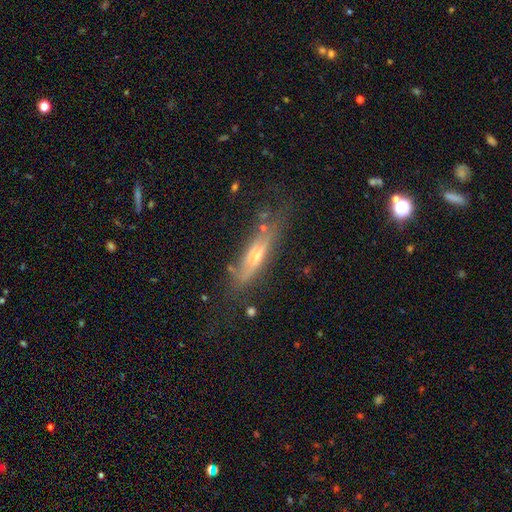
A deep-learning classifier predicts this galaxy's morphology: smooth-or-featured: featured or disk: 63% | smooth: 28% | star or artifact: 9%
  disk-edge-on: yes: 81% | no: 19%
    edge-on-bulge: rounded: 77% | none: 15% | boxy: 8%
  merging: none: 64% | minor disturbance: 22% | major disturbance: 10% | merger: 4%